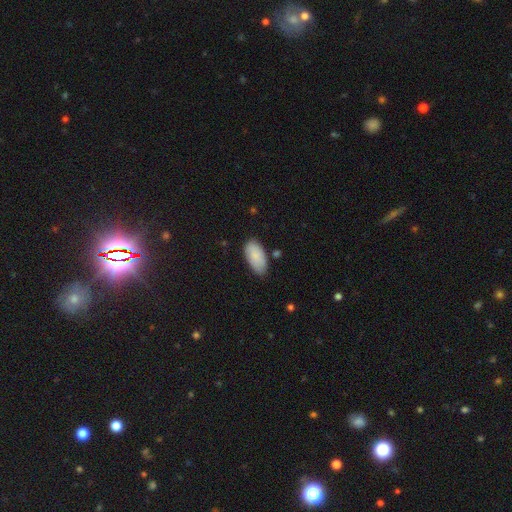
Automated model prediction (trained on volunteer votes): smooth 87%, featured or disk 7%, star or artifact 6%. Down the decision tree: how rounded — in between (94%); merging — none (77%).